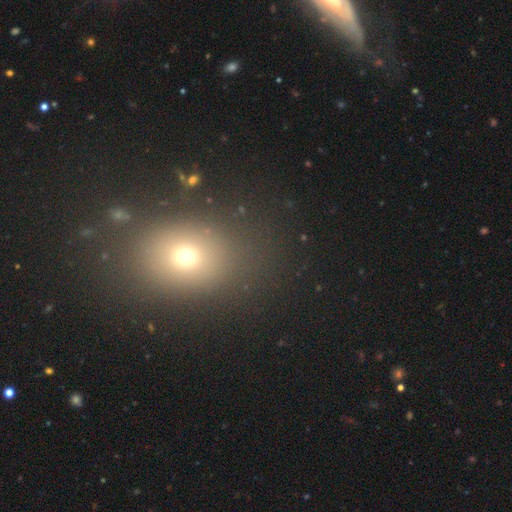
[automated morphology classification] smooth 62%, star or artifact 27%, featured or disk 11%. Down the decision tree: how rounded — round (50%); merging — none (82%).